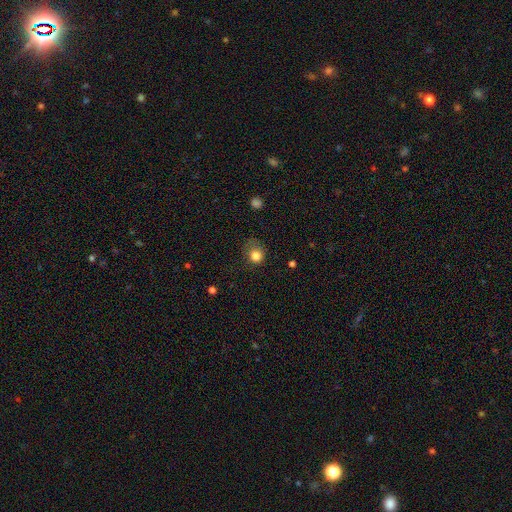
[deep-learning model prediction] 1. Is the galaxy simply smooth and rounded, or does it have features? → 81% smooth, 11% star or artifact, 8% featured or disk.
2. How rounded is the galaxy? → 77% round, 22% in between, 1% cigar-shaped.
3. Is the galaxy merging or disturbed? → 52% none, 28% minor disturbance, 19% major disturbance, 2% merger.